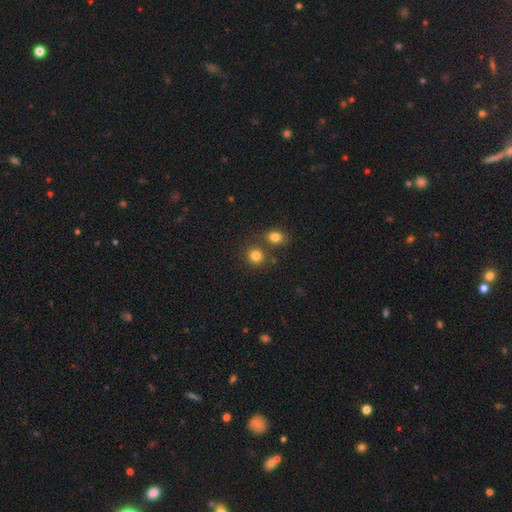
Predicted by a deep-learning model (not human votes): A smooth galaxy with no disk features (81%) that is round (85%). Merging: none (69%).